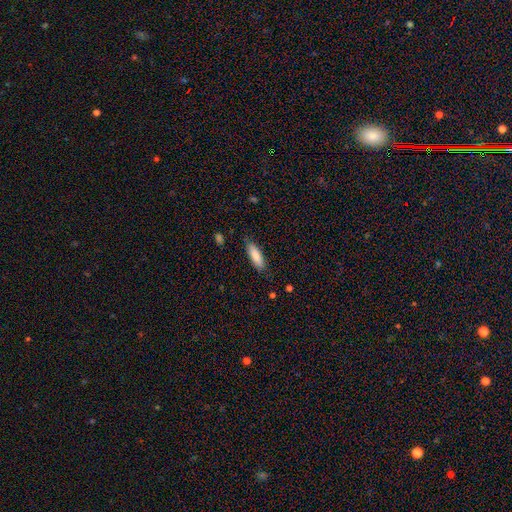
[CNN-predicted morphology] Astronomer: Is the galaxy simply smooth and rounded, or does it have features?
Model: smooth — 85%.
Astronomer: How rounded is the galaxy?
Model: cigar-shaped — 50% (runner-up: in between, 48%).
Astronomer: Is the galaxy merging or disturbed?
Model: none — 83%.